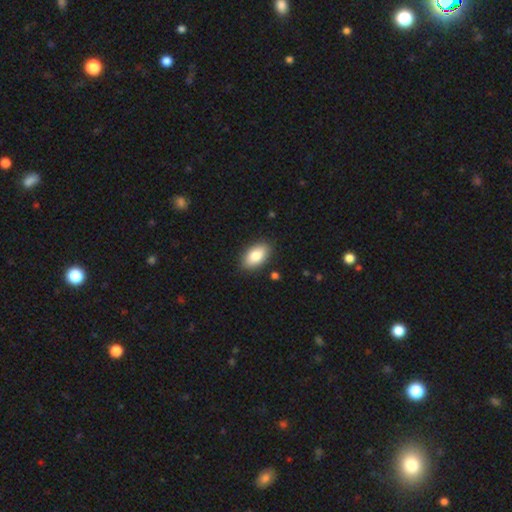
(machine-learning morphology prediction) smooth 83%, featured or disk 10%, star or artifact 7%. Down the decision tree: how rounded — in between (93%); merging — none (87%).